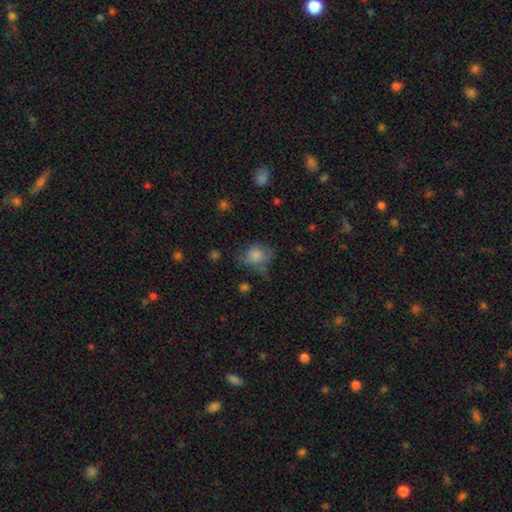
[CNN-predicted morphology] Smooth or featured?
  - smooth: 77% *
  - featured or disk: 12%
  - star or artifact: 11%
How rounded?
  - round: 63% *
  - in between: 36%
  - cigar-shaped: 1%
Merging?
  - none: 47% *
  - minor disturbance: 29%
  - major disturbance: 19%
  - merger: 4%